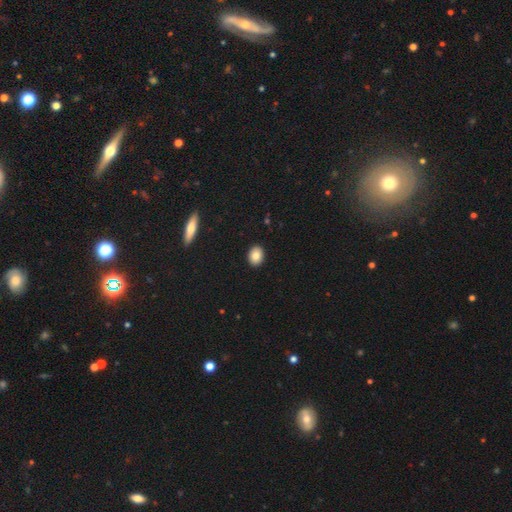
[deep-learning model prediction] A smooth galaxy with no disk features (83%) that is in between round and cigar-shaped (62%). Merging: none (92%).